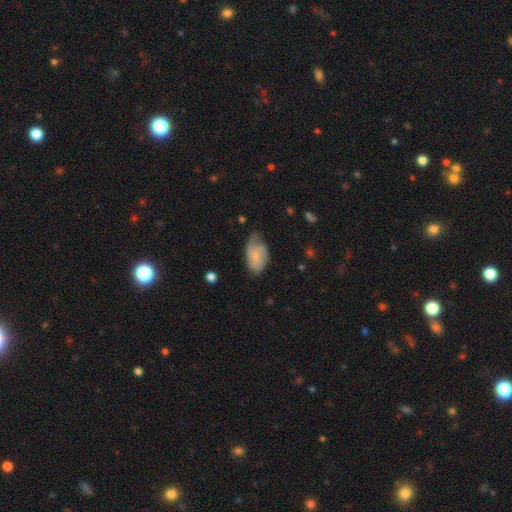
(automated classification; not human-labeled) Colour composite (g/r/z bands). It shows a smooth galaxy with no disk features (52%) that is in between round and cigar-shaped (91%). Merging: none (47%).